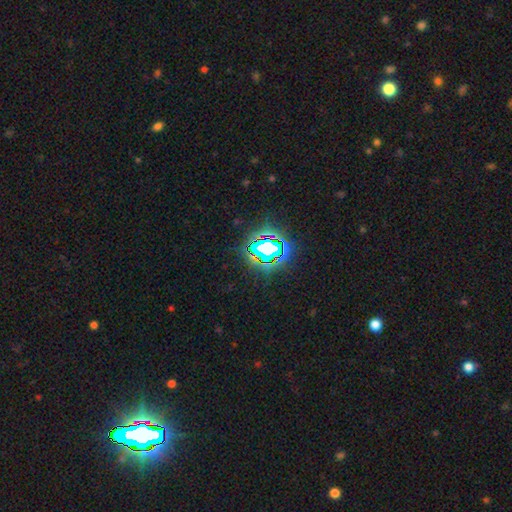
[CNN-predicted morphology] Q: Smooth or featured?
A: star or artifact (73%); runner-up: smooth (15%)